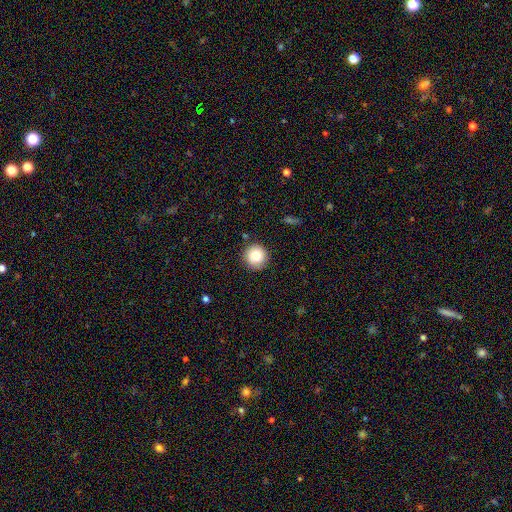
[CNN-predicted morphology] Smooth or featured: smooth — 86% (star or artifact — 9%)
How rounded: round — 95% (in between — 4%)
Merging: none — 88% (minor disturbance — 8%)